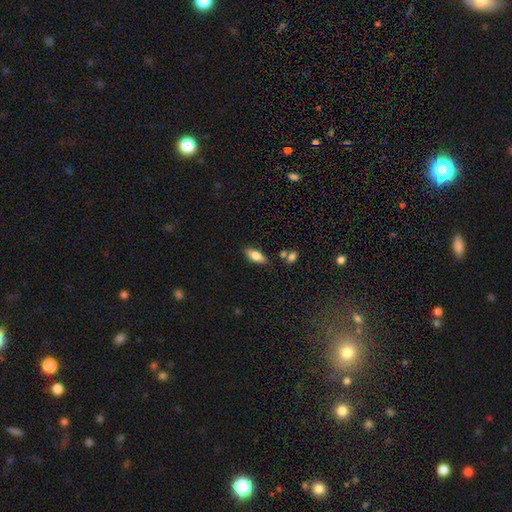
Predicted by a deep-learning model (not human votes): smooth_or_featured: smooth (p=0.75) [alt: featured or disk p=0.18]
how_rounded: in between (p=0.76) [alt: cigar-shaped p=0.22]
merging: none (p=0.82) [alt: minor disturbance p=0.11]